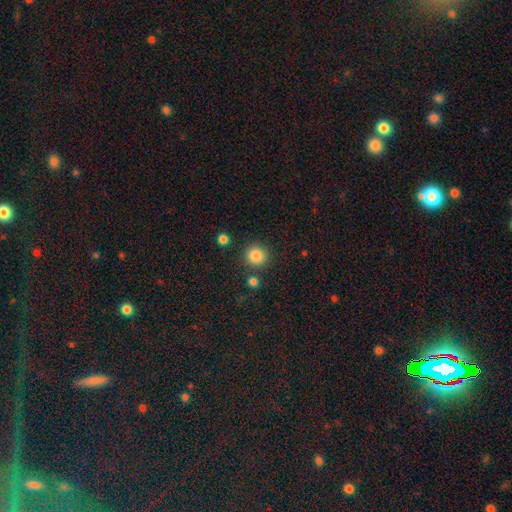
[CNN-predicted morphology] type=smooth (86%); roundness=round (92%); merging=none (86%).